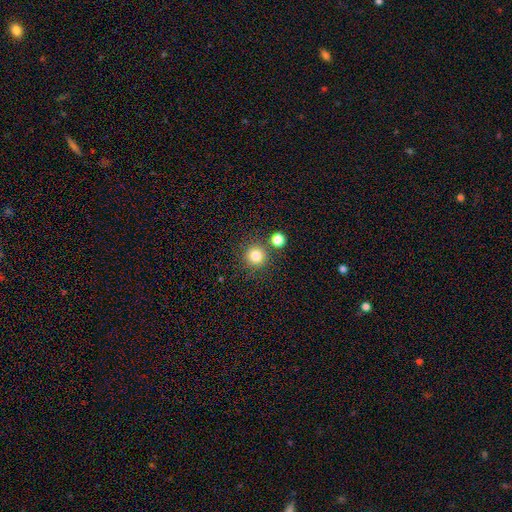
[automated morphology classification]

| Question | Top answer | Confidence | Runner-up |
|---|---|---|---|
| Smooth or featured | smooth | 81% | star or artifact (13%) |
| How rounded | round | 94% | in between (5%) |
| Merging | none | 80% | merger (10%) |